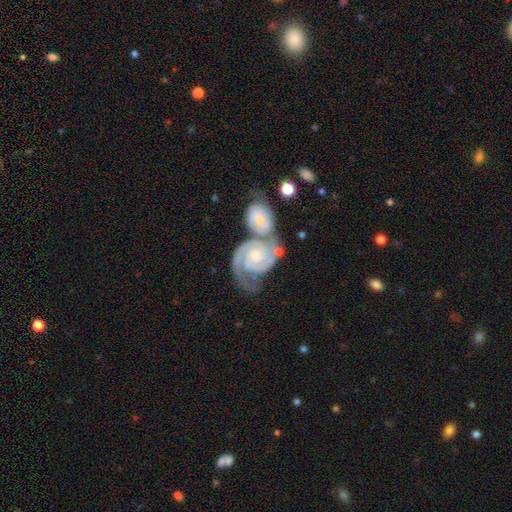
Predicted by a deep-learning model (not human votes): Smooth or featured? featured or disk (89%)
Edge-on disk? no (97%)
Bar? no (66%)
Spiral arms? yes (98%)
Spiral winding? tight (62%)
Spiral arm count? 2 (76%)
Bulge size? small (52%)
Merging? merger (49%)